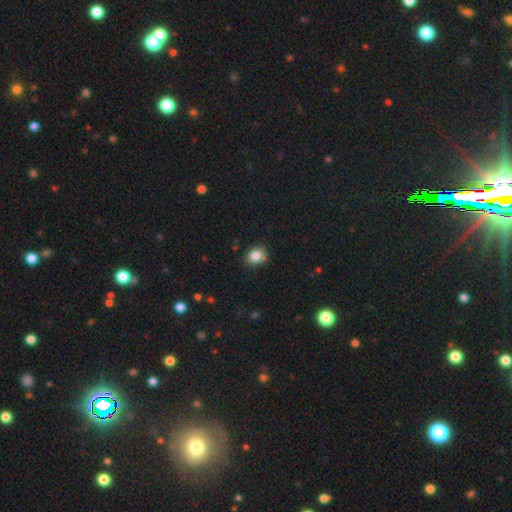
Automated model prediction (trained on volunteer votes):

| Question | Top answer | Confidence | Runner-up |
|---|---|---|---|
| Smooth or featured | smooth | 83% | star or artifact (9%) |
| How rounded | in between | 53% | round (46%) |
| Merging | none | 81% | minor disturbance (15%) |